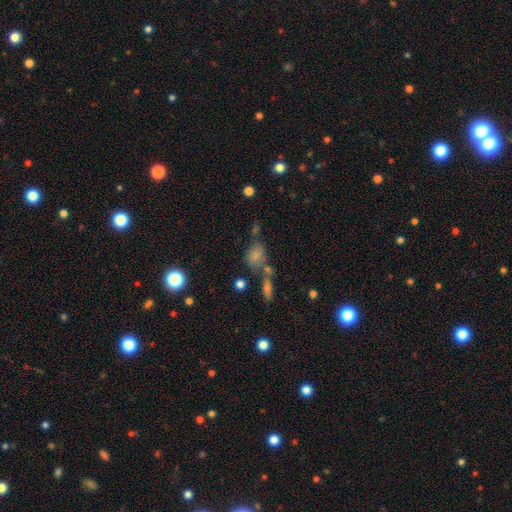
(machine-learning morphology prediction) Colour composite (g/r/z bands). It shows a smooth galaxy with no disk features (76%) that is in between round and cigar-shaped (70%). Merging: none (42%).